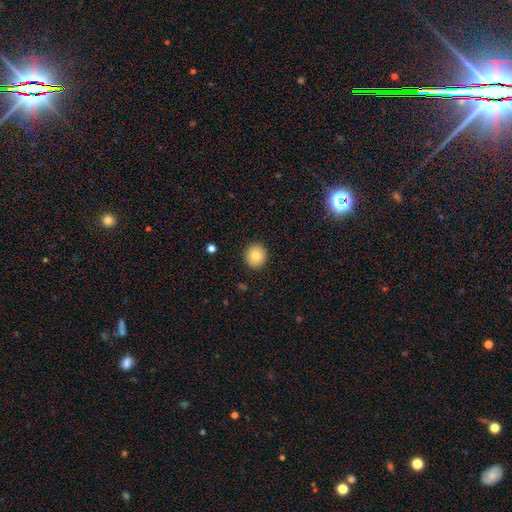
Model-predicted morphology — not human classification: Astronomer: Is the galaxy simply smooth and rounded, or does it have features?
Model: smooth — 81%.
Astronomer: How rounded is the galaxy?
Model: round — 89%.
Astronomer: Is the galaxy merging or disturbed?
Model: none — 90%.